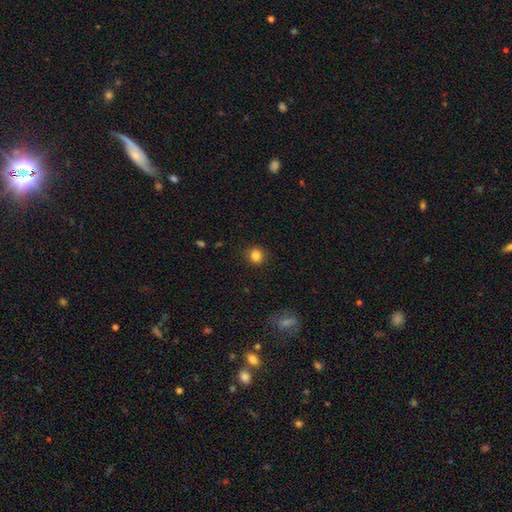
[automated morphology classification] Smooth or featured? smooth (83%)
How rounded? round (89%)
Merging? none (90%)